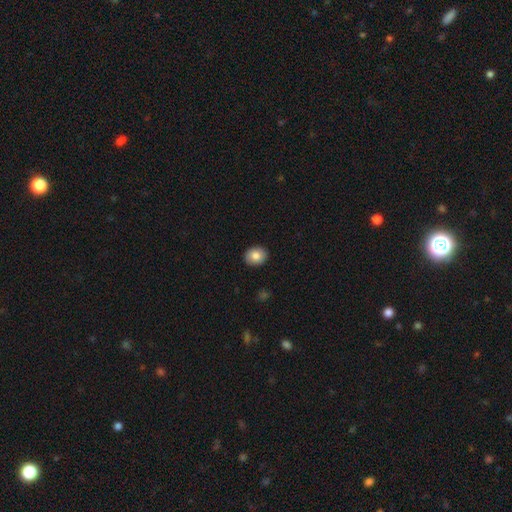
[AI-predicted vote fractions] Smooth or featured: smooth — 83% (featured or disk — 9%)
How rounded: round — 50% (in between — 49%)
Merging: none — 91% (minor disturbance — 7%)